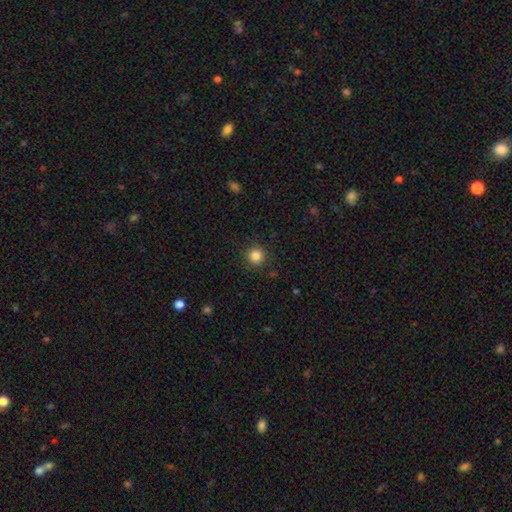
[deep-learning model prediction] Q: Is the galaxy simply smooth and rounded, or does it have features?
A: smooth — 85%.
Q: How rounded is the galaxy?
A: round — 95%.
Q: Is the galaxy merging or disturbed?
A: none — 90%.